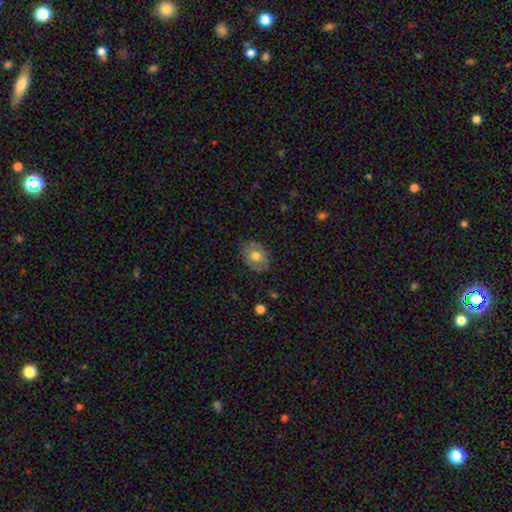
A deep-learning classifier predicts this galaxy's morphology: The model was most divided on "smooth or featured": smooth: 66%, featured or disk: 26%, star or artifact: 7%. More confident: merging — none (78%); how rounded — in between (74%).